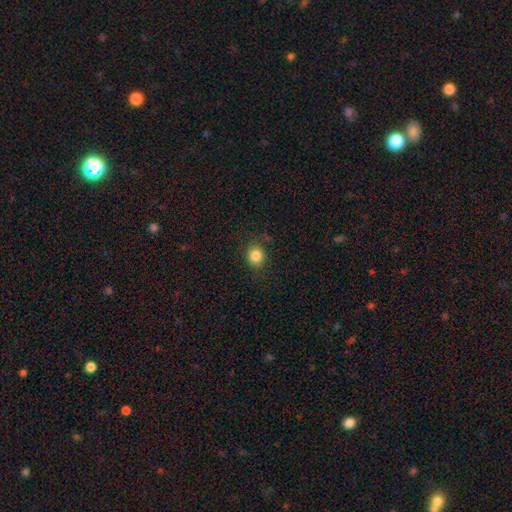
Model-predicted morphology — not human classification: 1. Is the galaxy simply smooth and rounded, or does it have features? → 84% smooth, 11% star or artifact, 5% featured or disk.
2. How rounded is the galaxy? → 78% round, 21% in between, 1% cigar-shaped.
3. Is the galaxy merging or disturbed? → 85% none, 10% minor disturbance, 3% major disturbance, 1% merger.